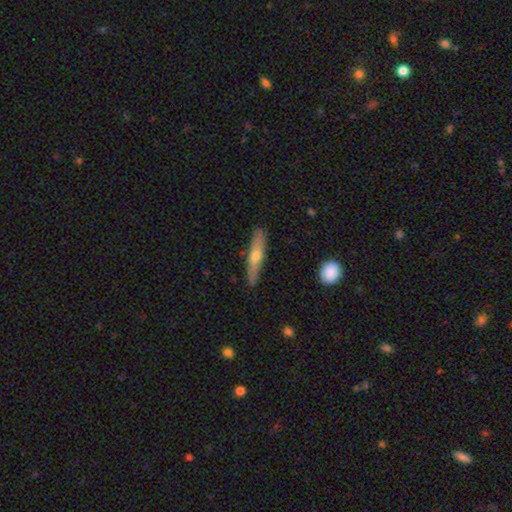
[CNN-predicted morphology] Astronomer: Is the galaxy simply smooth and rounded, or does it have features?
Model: featured or disk — 51% (runner-up: smooth, 43%).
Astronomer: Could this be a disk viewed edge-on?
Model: yes — 91%.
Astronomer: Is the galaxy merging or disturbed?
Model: none — 88%.